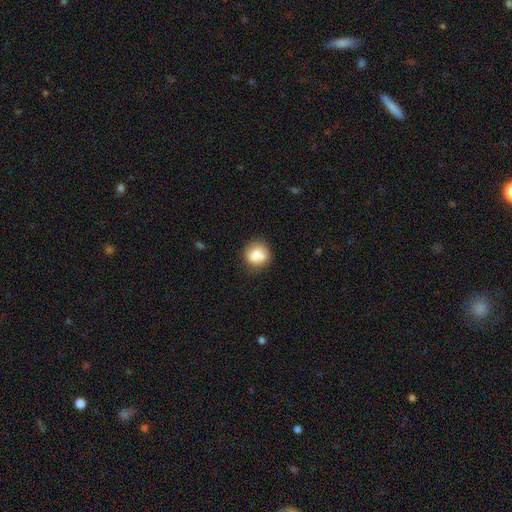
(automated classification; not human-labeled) Overall: smooth (78%). How rounded: round (82%). Merging: none (63%).